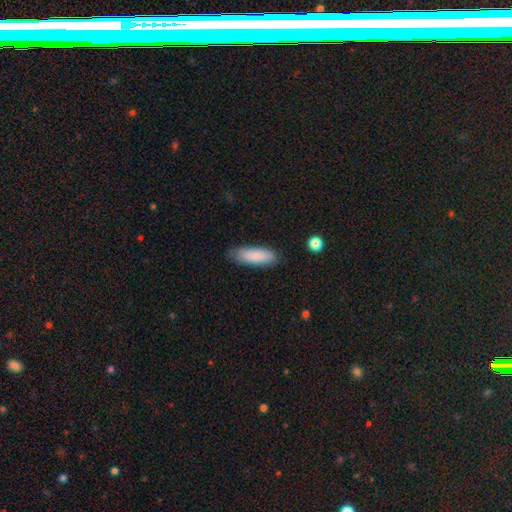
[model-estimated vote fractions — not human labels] smooth 85%, featured or disk 9%, star or artifact 6%. Down the decision tree: how rounded — in between (52%); merging — none (79%).